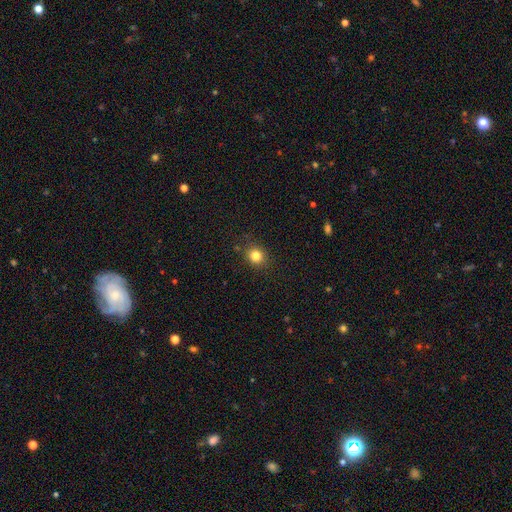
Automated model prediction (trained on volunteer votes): Smooth or featured: smooth — 82% (star or artifact — 12%)
How rounded: round — 80% (in between — 19%)
Merging: none — 86% (minor disturbance — 9%)